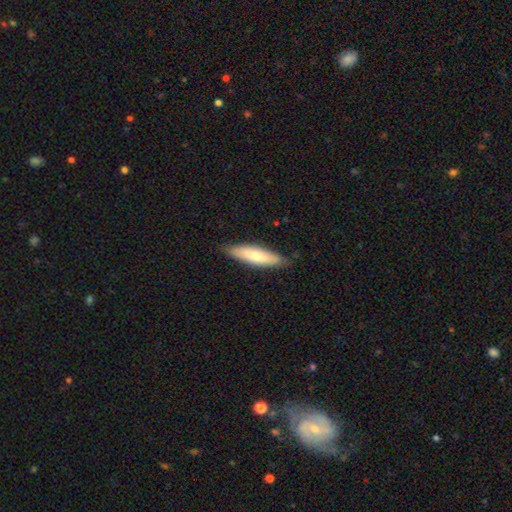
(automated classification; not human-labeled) Q: Smooth or featured?
A: smooth (67%); runner-up: featured or disk (28%)
Q: How rounded?
A: cigar-shaped (72%); runner-up: in between (27%)
Q: Merging?
A: none (85%); runner-up: minor disturbance (12%)